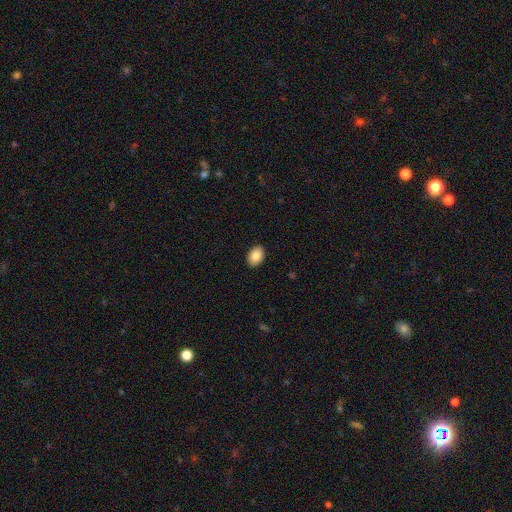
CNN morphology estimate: Smooth or featured? Predicted: smooth (p=0.86). How rounded? Predicted: in between (p=0.83). Merging? Predicted: none (p=0.90).